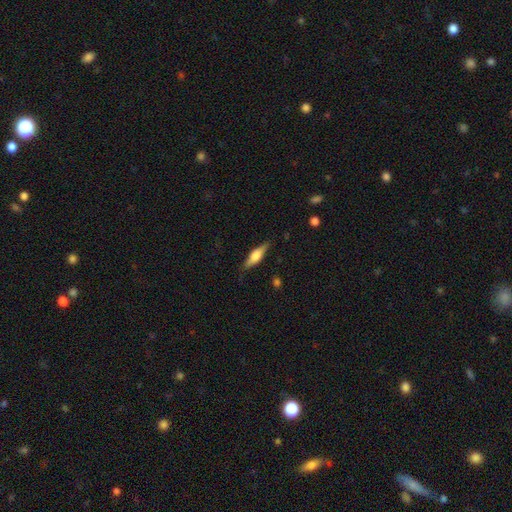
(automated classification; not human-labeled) Smooth or featured? featured or disk (47%)
Merging? none (81%)